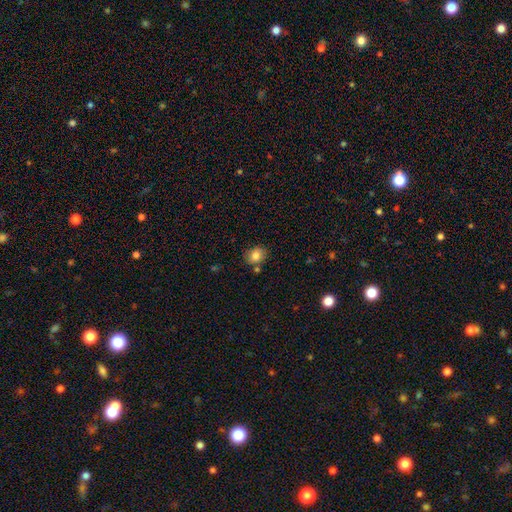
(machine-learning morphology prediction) A smooth galaxy with no disk features (82%) that is round (61%). Merging: none (76%).